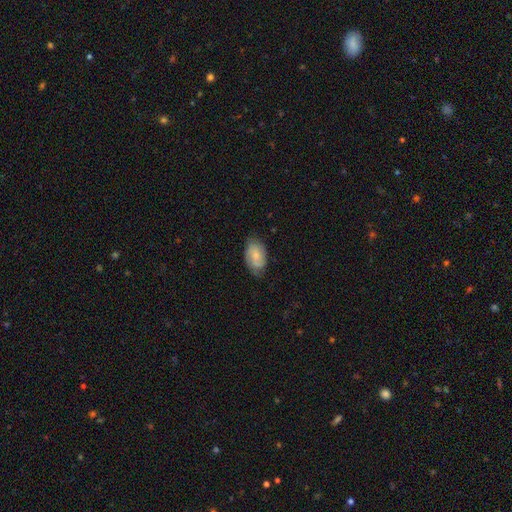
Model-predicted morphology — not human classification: Smooth or featured: smooth — 58% (featured or disk — 35%)
How rounded: in between — 91% (round — 8%)
Merging: none — 66% (minor disturbance — 26%)